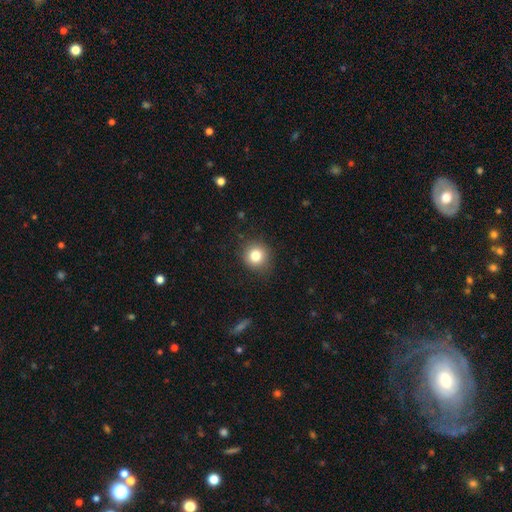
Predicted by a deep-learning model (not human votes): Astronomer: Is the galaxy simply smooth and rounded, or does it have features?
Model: smooth — 82%.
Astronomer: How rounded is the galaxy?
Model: round — 90%.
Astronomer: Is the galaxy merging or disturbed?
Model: none — 87%.